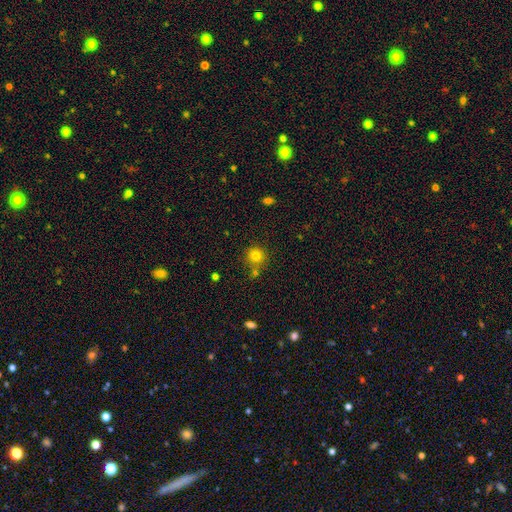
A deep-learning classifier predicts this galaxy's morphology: This appears to be a smooth galaxy with no disk features (79%) that is round (91%). Merging: none (72%).